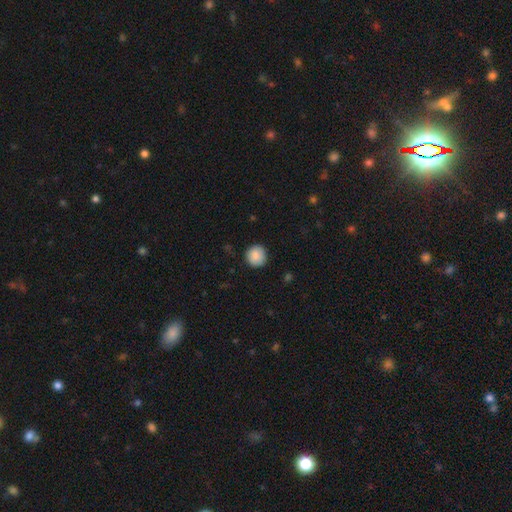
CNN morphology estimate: Q: Smooth or featured?
A: smooth (88%); runner-up: star or artifact (7%)
Q: How rounded?
A: round (94%); runner-up: in between (5%)
Q: Merging?
A: none (89%); runner-up: minor disturbance (8%)